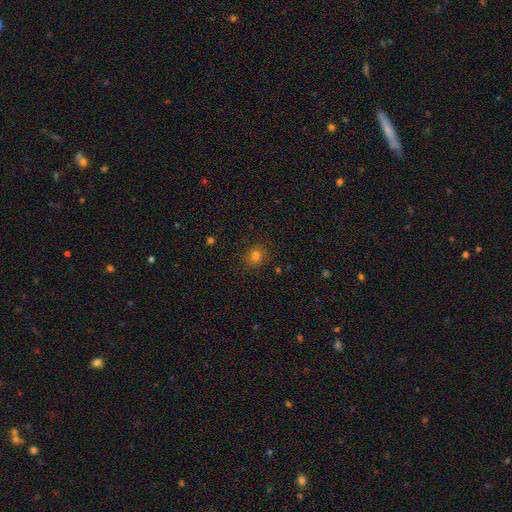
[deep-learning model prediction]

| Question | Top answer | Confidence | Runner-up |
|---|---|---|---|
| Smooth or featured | smooth | 80% | star or artifact (15%) |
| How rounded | round | 83% | in between (17%) |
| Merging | none | 88% | minor disturbance (8%) |